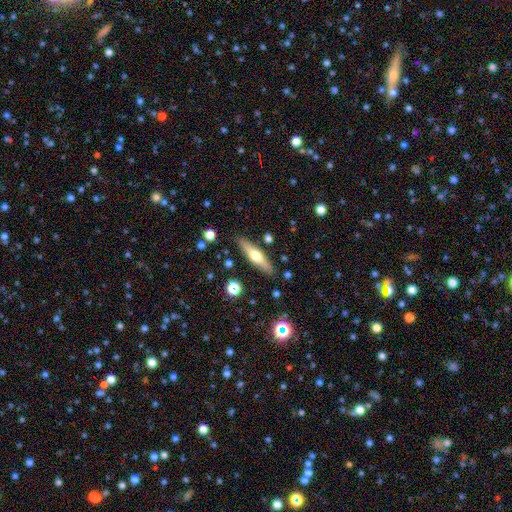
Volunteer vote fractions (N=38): A featured or disk galaxy (55%) viewed edge-on (81%) with a rounded central bulge (88%). Merging: none (88%).